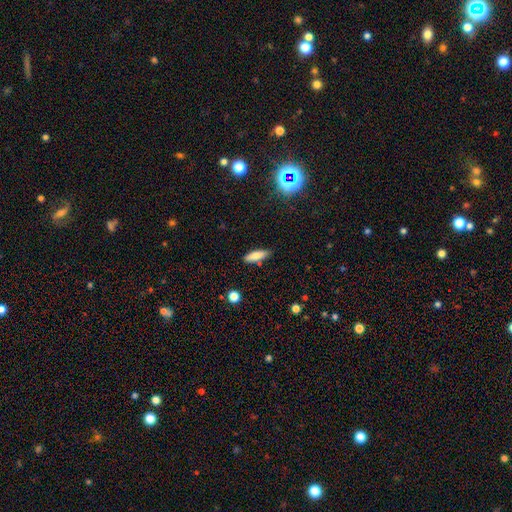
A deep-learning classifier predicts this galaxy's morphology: A smooth galaxy with no disk features (78%) that is in between round and cigar-shaped (51%). Merging: none (84%).